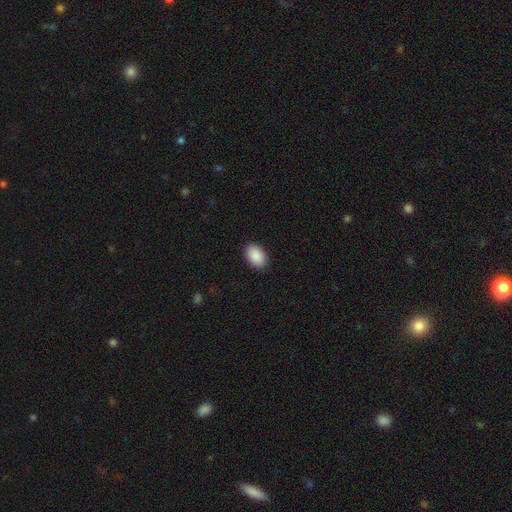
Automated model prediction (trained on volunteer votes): A smooth galaxy with no disk features (91%) that is in between round and cigar-shaped (90%).

Vote fractions:
- Smooth or featured? smooth: 91% / star or artifact: 6% / featured or disk: 3%
- How rounded? in between: 90% / round: 9% / cigar-shaped: 1%
- Merging? none: 90% / minor disturbance: 7% / major disturbance: 2% / merger: 1%